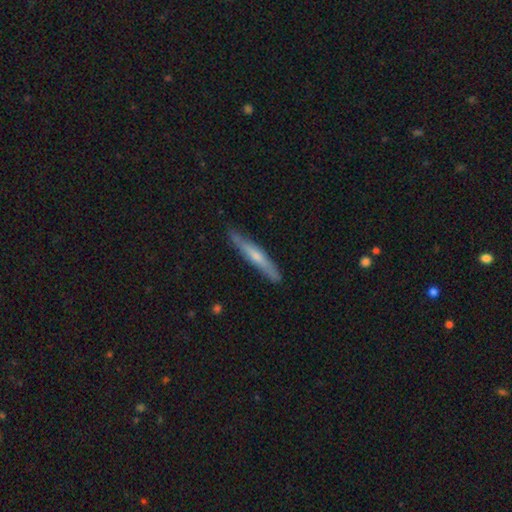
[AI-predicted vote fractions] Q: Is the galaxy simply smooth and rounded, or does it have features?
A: featured or disk — 50%.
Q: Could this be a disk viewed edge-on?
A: yes — 92%.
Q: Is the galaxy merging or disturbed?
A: none — 85%.